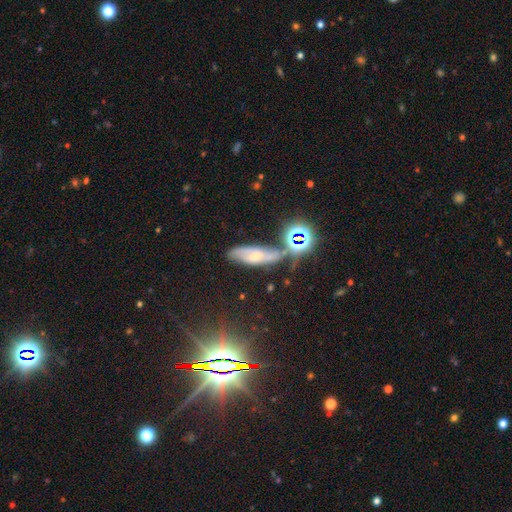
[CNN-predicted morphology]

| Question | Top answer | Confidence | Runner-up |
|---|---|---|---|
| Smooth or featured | featured or disk | 40% | smooth (33%) |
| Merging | none | 59% | minor disturbance (21%) |